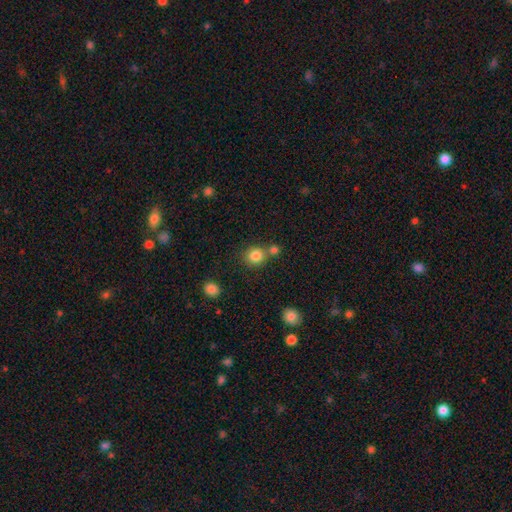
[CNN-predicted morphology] Q: Smooth or featured?
A: smooth (83%); runner-up: star or artifact (11%)
Q: How rounded?
A: round (88%); runner-up: in between (11%)
Q: Merging?
A: none (65%); runner-up: merger (23%)